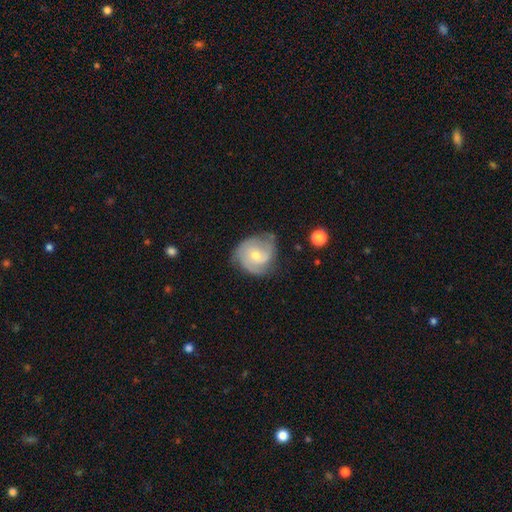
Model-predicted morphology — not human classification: Overall: featured or disk (72%). Edge-on disk: no (97%). Bar: no (67%; weak 28%). Spiral arms: yes (92%). Spiral arm count: 2 (36%; 3 31%). Spiral winding: tight (51%; medium 37%). Bulge size: moderate (49%; small 48%). Merging: none (63%; minor disturbance 26%).